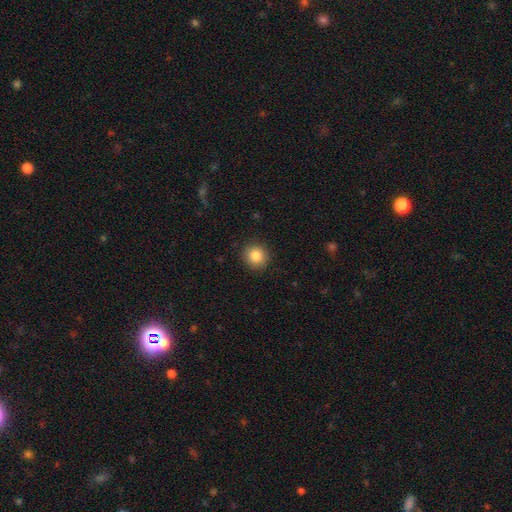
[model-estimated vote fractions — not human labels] The model was most divided on "smooth or featured": smooth: 85%, star or artifact: 10%, featured or disk: 5%. More confident: how rounded — round (91%); merging — none (91%).